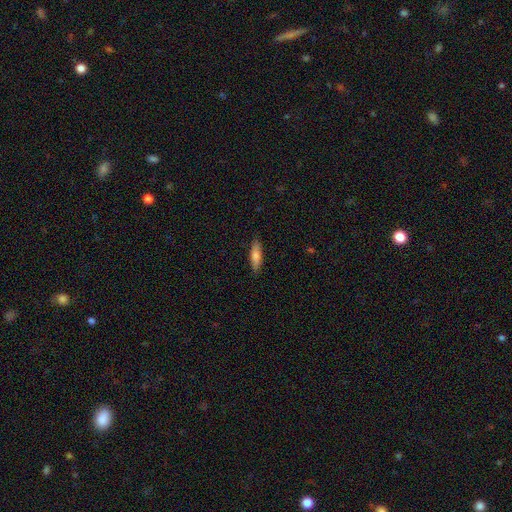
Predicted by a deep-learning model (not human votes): Q: Smooth or featured?
A: smooth (75%); runner-up: featured or disk (19%)
Q: How rounded?
A: cigar-shaped (61%); runner-up: in between (37%)
Q: Merging?
A: none (87%); runner-up: minor disturbance (10%)